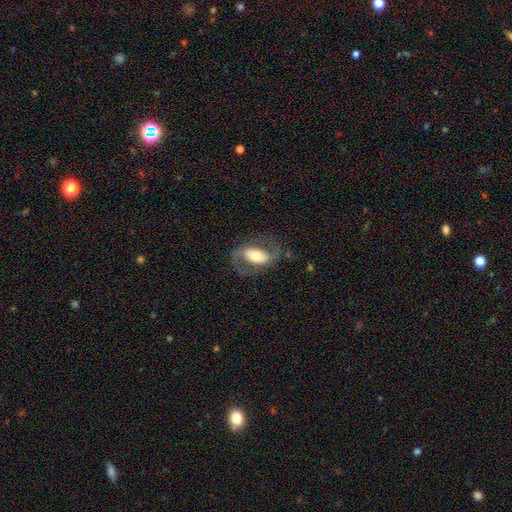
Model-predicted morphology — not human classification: Smooth or featured? Predicted: featured or disk (p=0.73). Edge-on disk? Predicted: no (p=0.94). Bar? Predicted: strong (p=0.40). Spiral arms? Predicted: yes (p=0.83). Spiral winding? Predicted: medium (p=0.50). Spiral arm count? Predicted: 2 (p=0.88). Bulge size? Predicted: moderate (p=0.58). Merging? Predicted: none (p=0.71).